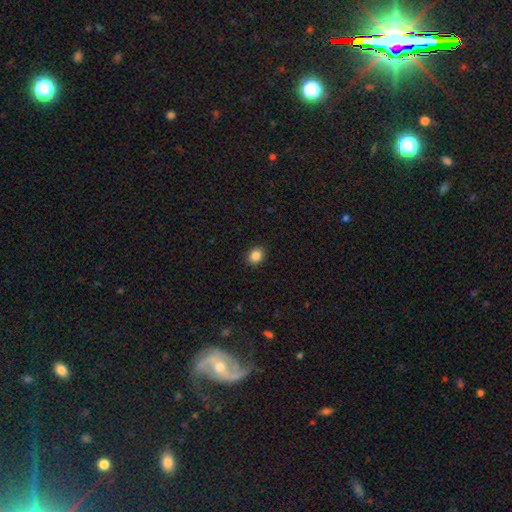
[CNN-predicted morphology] Q: Smooth or featured?
A: smooth (86%); runner-up: star or artifact (10%)
Q: How rounded?
A: round (59%); runner-up: in between (40%)
Q: Merging?
A: none (90%); runner-up: minor disturbance (7%)